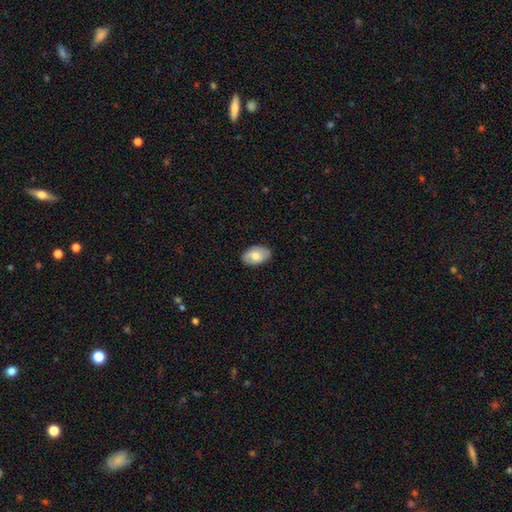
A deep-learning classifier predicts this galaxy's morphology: A smooth galaxy with no disk features (74%) that is in between round and cigar-shaped (92%).

Vote fractions:
- Smooth or featured? smooth: 74% / featured or disk: 20% / star or artifact: 6%
- How rounded? in between: 92% / round: 7% / cigar-shaped: 1%
- Merging? none: 85% / minor disturbance: 12% / major disturbance: 2% / merger: 1%